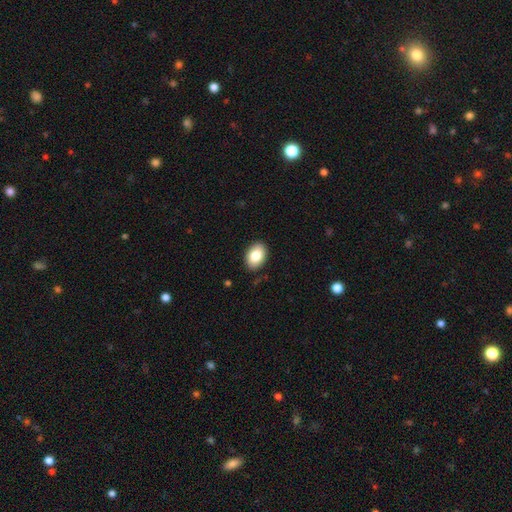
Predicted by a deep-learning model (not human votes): Overall: smooth (83%). How rounded: in between (84%). Merging: none (88%).